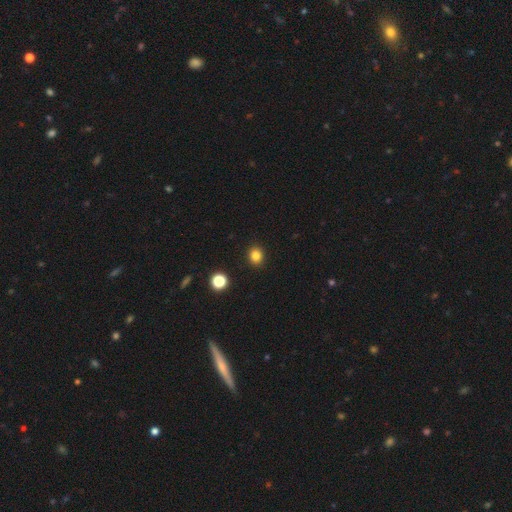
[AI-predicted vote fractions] Overall: smooth (83%). How rounded: round (73%). Merging: none (91%).